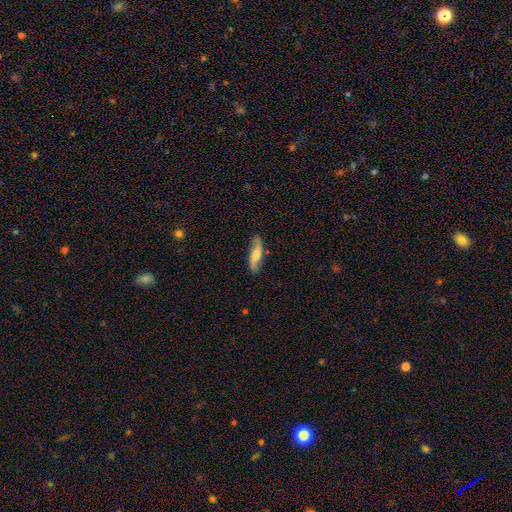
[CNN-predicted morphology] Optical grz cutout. It shows a featured or disk galaxy (50%). Merging: none (82%).